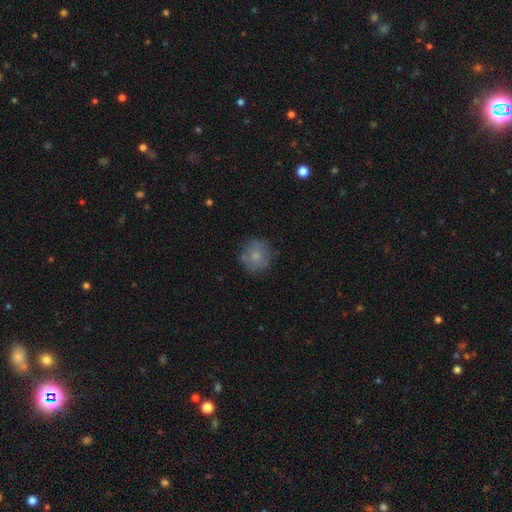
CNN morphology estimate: smooth-or-featured: smooth: 75% | featured or disk: 16% | star or artifact: 9%
  how-rounded: round: 90% | in between: 9% | cigar-shaped: 1%
  merging: none: 79% | minor disturbance: 15% | major disturbance: 4% | merger: 2%